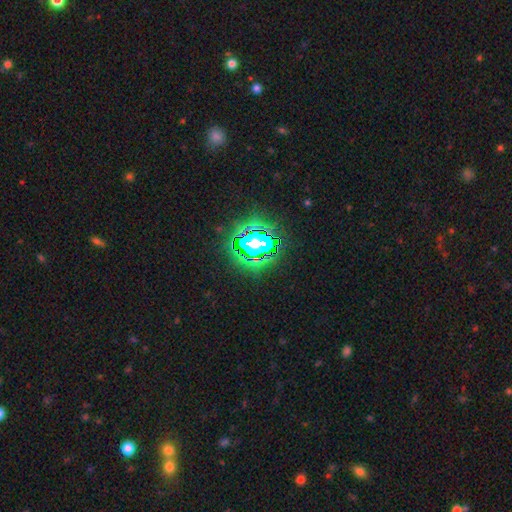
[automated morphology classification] This is likely a star or artifact rather than a galaxy (73%).